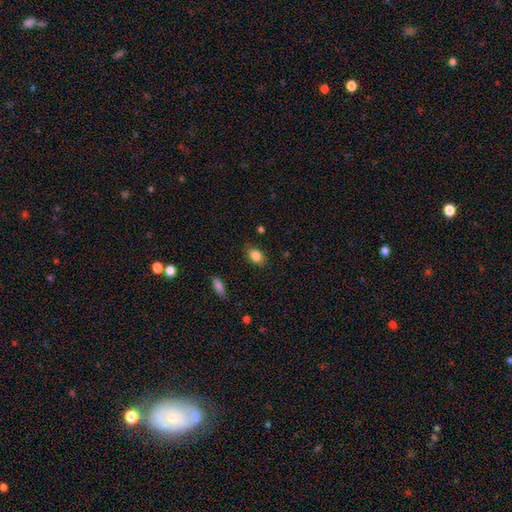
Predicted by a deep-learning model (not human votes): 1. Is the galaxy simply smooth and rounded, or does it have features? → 85% smooth, 9% star or artifact, 7% featured or disk.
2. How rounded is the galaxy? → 77% in between, 21% round, 2% cigar-shaped.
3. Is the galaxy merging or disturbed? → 82% none, 14% minor disturbance, 3% major disturbance, 1% merger.